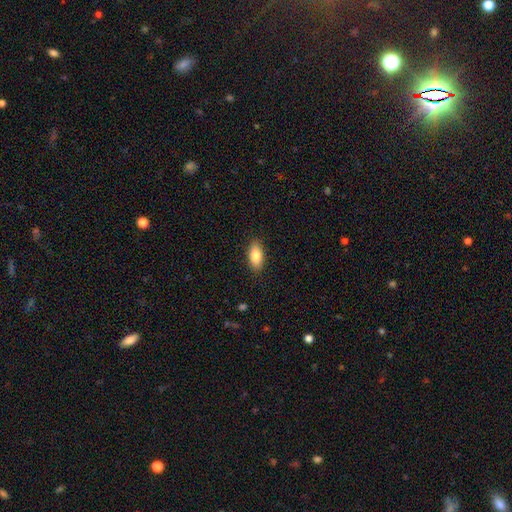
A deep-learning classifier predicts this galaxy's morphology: smooth 84%, featured or disk 10%, star or artifact 7%. Down the decision tree: how rounded — in between (87%); merging — none (88%).